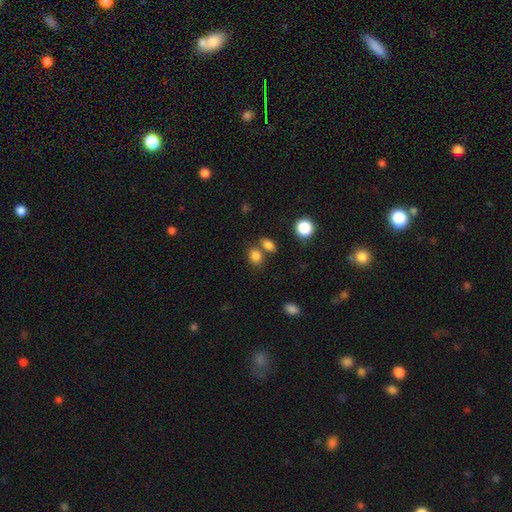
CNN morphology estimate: Smooth or featured? smooth (83%)
How rounded? in between (64%)
Merging? none (57%)